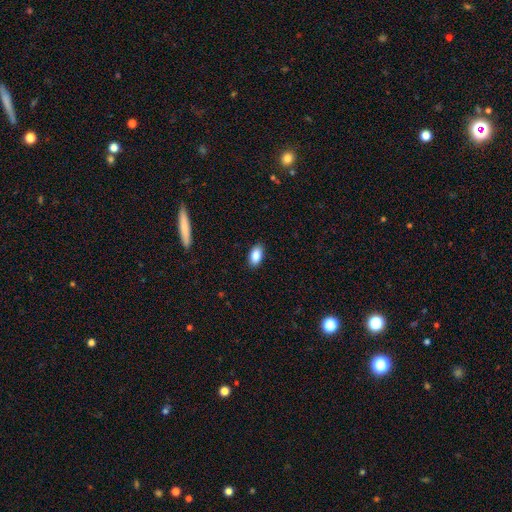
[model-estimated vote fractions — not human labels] smooth-or-featured: smooth: 87% | star or artifact: 7% | featured or disk: 6%
  how-rounded: in between: 92% | round: 6% | cigar-shaped: 3%
  merging: none: 89% | minor disturbance: 8% | major disturbance: 2% | merger: 1%